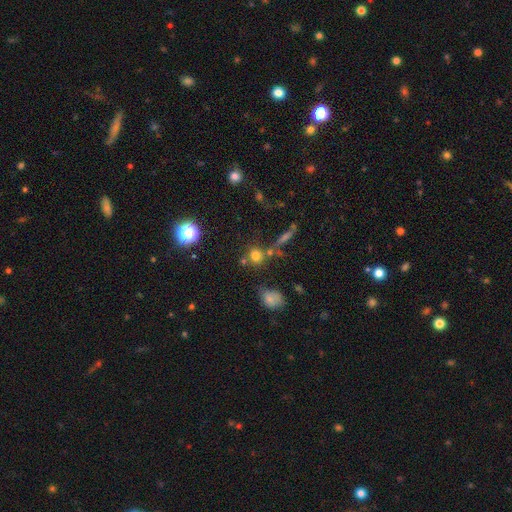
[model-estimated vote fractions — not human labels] Smooth or featured?
  - smooth: 71% *
  - star or artifact: 19%
  - featured or disk: 9%
How rounded?
  - round: 87% *
  - in between: 11%
  - cigar-shaped: 2%
Merging?
  - none: 67% *
  - merger: 17%
  - minor disturbance: 11%
  - major disturbance: 5%